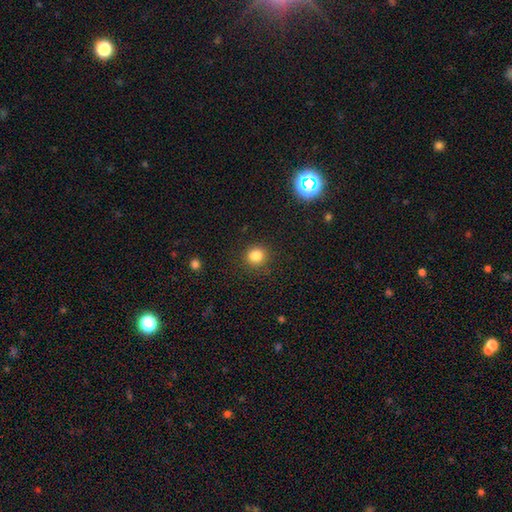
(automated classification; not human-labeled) A smooth galaxy with no disk features (83%) that is round (88%). Merging: none (86%).